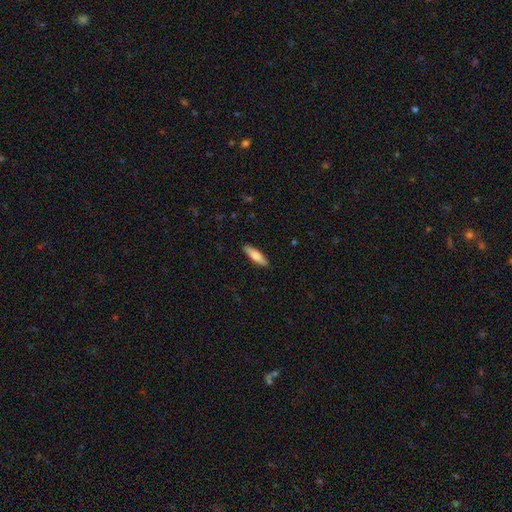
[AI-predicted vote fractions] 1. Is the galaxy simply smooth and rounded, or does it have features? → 73% smooth, 22% featured or disk, 6% star or artifact.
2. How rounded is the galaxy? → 63% cigar-shaped, 35% in between, 2% round.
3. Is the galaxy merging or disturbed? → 90% none, 8% minor disturbance, 2% major disturbance, 1% merger.